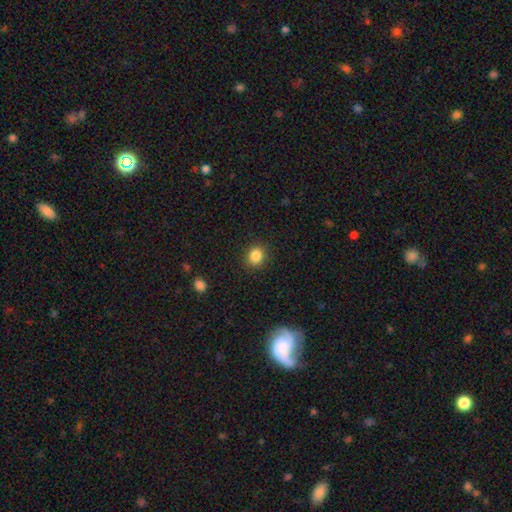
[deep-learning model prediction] Overall: smooth (85%). How rounded: round (76%). Merging: none (90%).